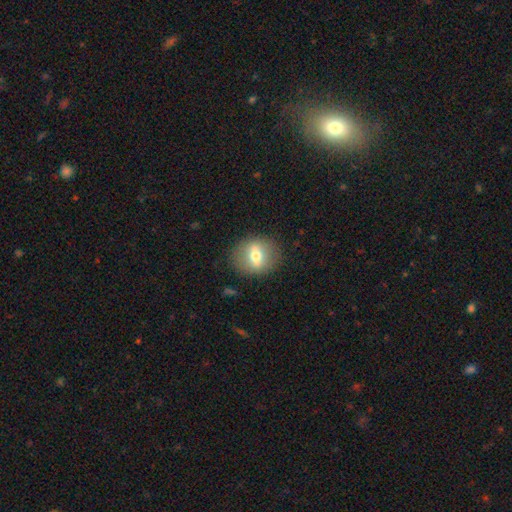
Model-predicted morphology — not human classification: Q: Smooth or featured?
A: smooth (54%); runner-up: featured or disk (37%)
Q: How rounded?
A: round (64%); runner-up: in between (34%)
Q: Merging?
A: none (85%); runner-up: minor disturbance (10%)